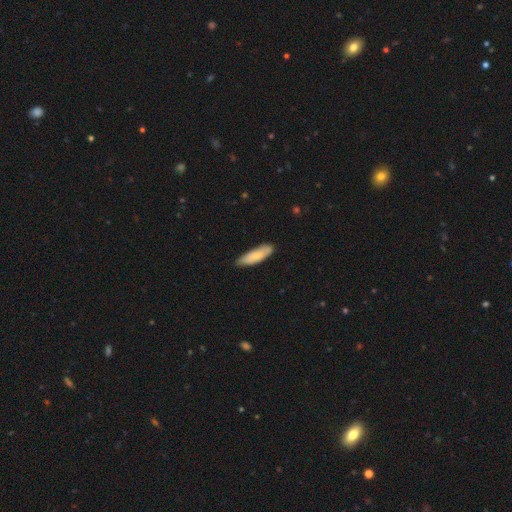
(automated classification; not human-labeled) Smooth or featured: smooth — 79% (featured or disk — 16%)
How rounded: cigar-shaped — 56% (in between — 42%)
Merging: none — 80% (minor disturbance — 17%)